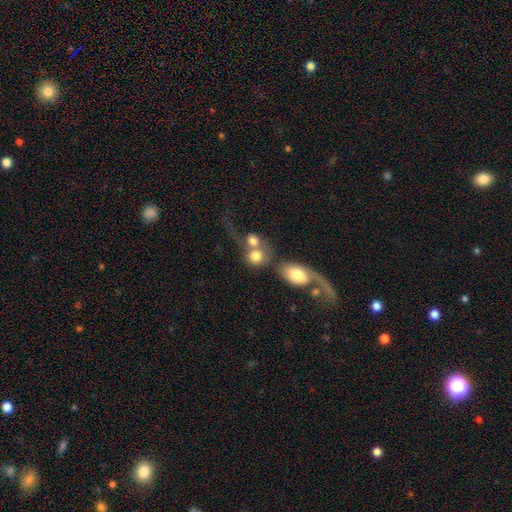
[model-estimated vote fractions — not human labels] A smooth galaxy with no disk features (74%) that is round (73%).

Vote fractions:
- Smooth or featured? smooth: 74% / featured or disk: 17% / star or artifact: 8%
- How rounded? round: 73% / in between: 26% / cigar-shaped: 2%
- Merging? merger: 61% / none: 22% / major disturbance: 11% / minor disturbance: 7%